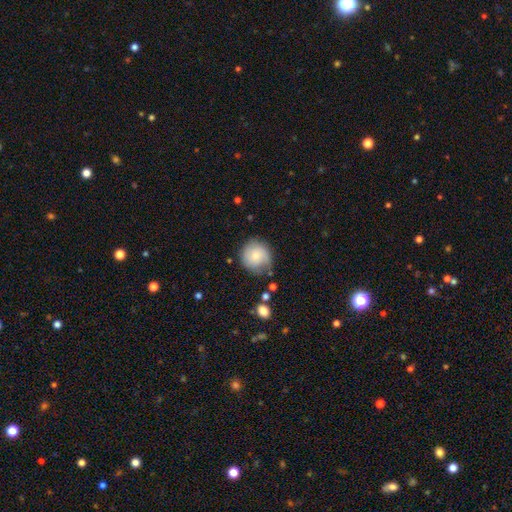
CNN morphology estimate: smooth_or_featured: smooth (p=0.68) [alt: featured or disk p=0.24]
how_rounded: round (p=0.90) [alt: in between p=0.09]
merging: none (p=0.63) [alt: minor disturbance p=0.25]